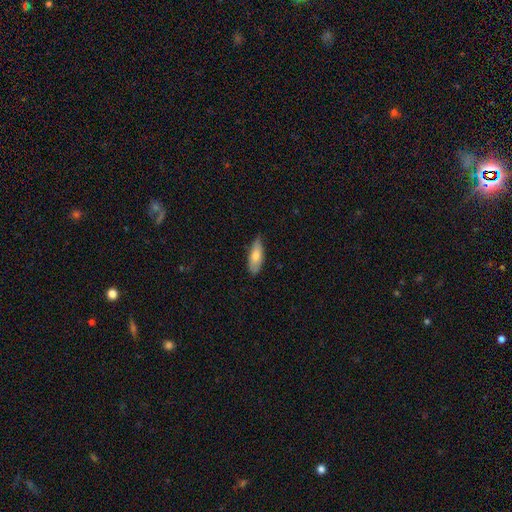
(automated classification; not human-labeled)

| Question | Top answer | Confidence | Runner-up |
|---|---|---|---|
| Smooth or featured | smooth | 70% | featured or disk (24%) |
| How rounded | in between | 66% | cigar-shaped (32%) |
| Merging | none | 72% | minor disturbance (24%) |